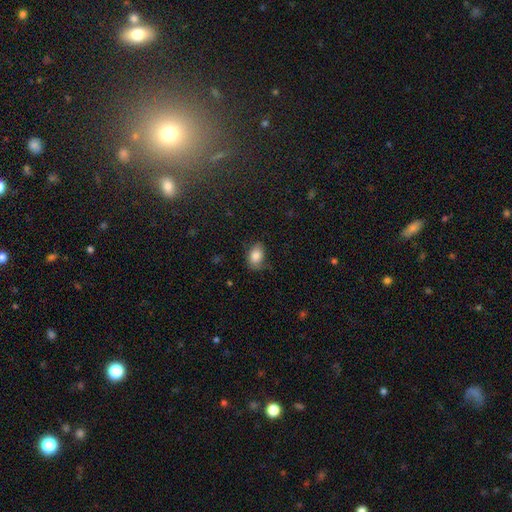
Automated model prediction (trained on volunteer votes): The model was most divided on "merging": none: 67%, minor disturbance: 25%, major disturbance: 6%, merger: 1%. More confident: smooth or featured — smooth (83%); how rounded — in between (82%).